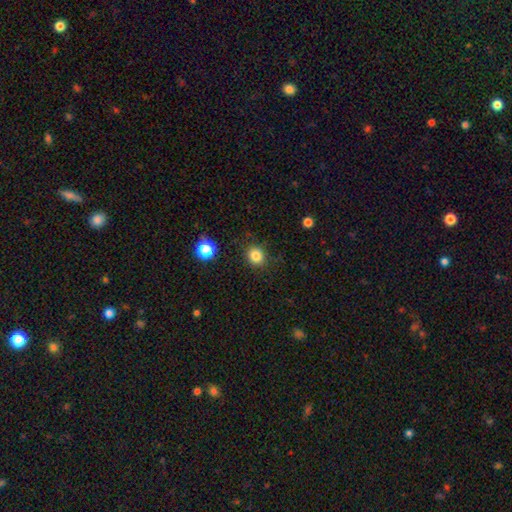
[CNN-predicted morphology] Smooth or featured?
  - smooth: 83% *
  - star or artifact: 12%
  - featured or disk: 5%
How rounded?
  - round: 81% *
  - in between: 18%
  - cigar-shaped: 1%
Merging?
  - none: 86% *
  - minor disturbance: 9%
  - major disturbance: 3%
  - merger: 2%